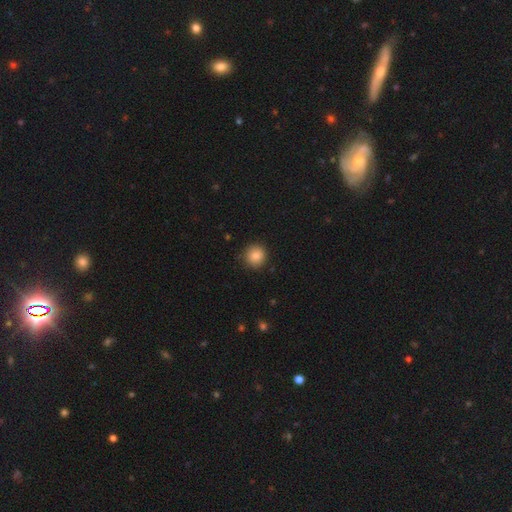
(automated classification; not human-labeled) This appears to be a smooth galaxy with no disk features (84%) that is round (93%). Merging: none (89%).